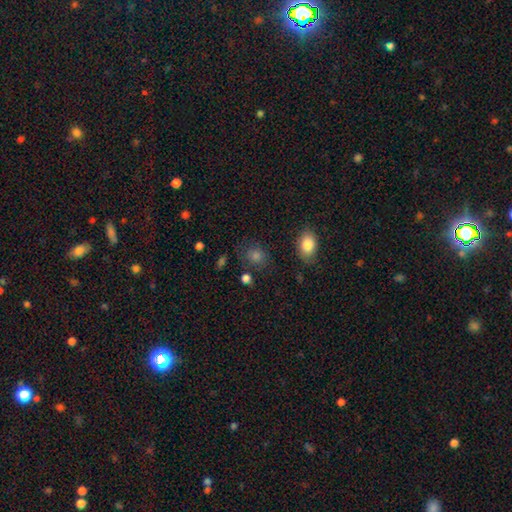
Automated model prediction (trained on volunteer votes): Q: Smooth or featured?
A: smooth (71%); runner-up: star or artifact (20%)
Q: How rounded?
A: round (62%); runner-up: in between (37%)
Q: Merging?
A: none (77%); runner-up: minor disturbance (14%)